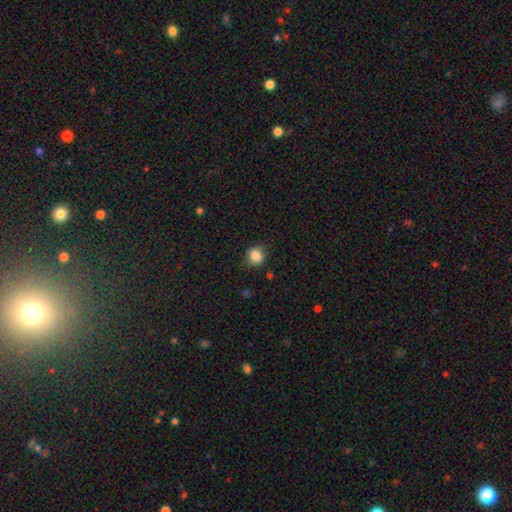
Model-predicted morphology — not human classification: A smooth galaxy with no disk features (85%) that is round (76%).

Vote fractions:
- Smooth or featured? smooth: 85% / star or artifact: 10% / featured or disk: 5%
- How rounded? round: 76% / in between: 24% / cigar-shaped: 1%
- Merging? none: 82% / minor disturbance: 13% / major disturbance: 3% / merger: 1%